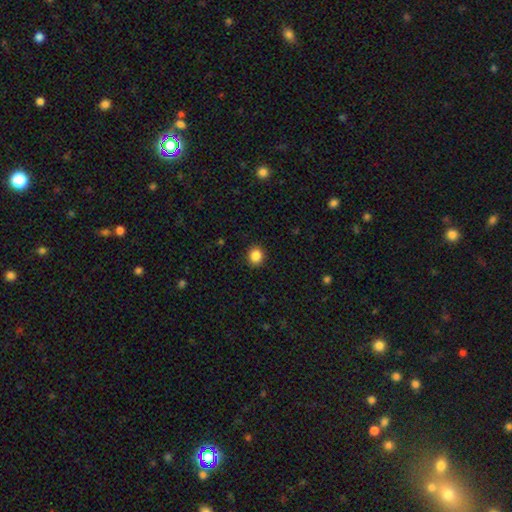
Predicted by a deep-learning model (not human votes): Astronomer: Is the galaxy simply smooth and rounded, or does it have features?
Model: smooth — 86%.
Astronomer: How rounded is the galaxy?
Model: round — 78%.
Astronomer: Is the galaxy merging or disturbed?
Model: none — 91%.